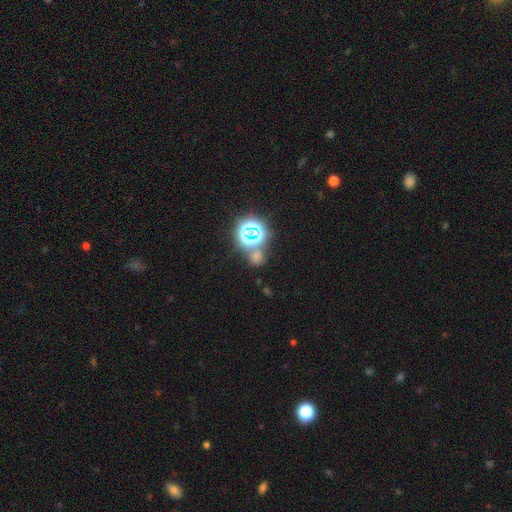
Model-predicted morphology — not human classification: The model was most divided on "smooth or featured": star or artifact: 61%, smooth: 31%, featured or disk: 8%.